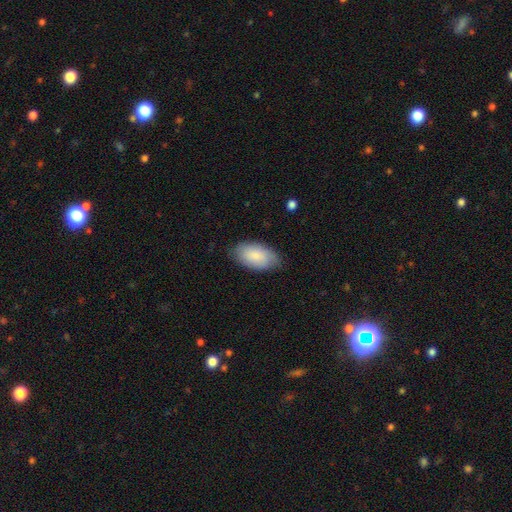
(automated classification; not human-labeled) Smooth or featured? Predicted: smooth (p=0.84). How rounded? Predicted: in between (p=0.95). Merging? Predicted: none (p=0.80).